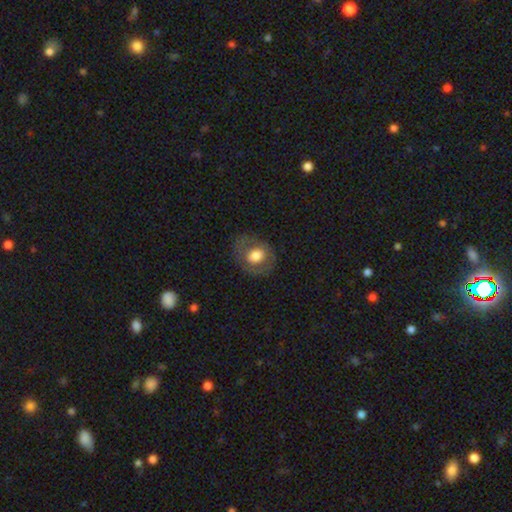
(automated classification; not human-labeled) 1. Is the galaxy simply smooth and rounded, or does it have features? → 65% smooth, 27% featured or disk, 8% star or artifact.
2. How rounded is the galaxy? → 59% round, 40% in between, 1% cigar-shaped.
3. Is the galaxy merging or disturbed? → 75% none, 16% minor disturbance, 8% major disturbance, 1% merger.